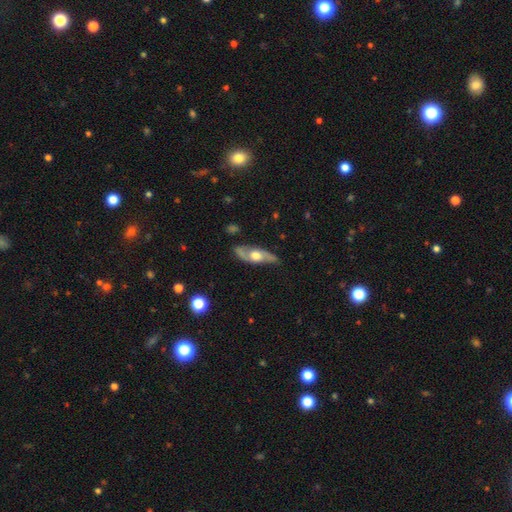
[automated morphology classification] Smooth or featured: featured or disk — 70% (smooth — 25%)
Edge-on disk: no — 65% (yes — 35%)
Merging: none — 73% (minor disturbance — 20%)